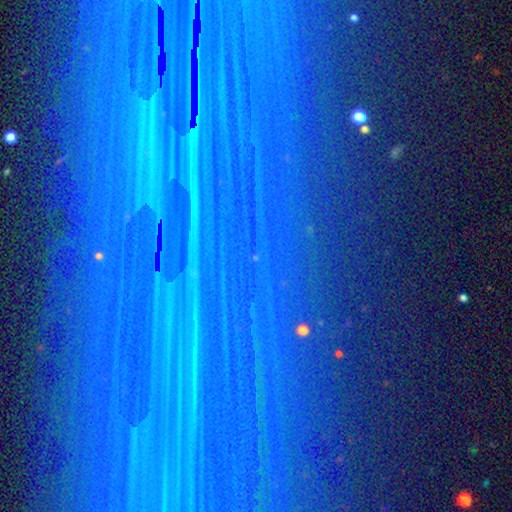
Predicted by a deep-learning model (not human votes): This is clearly a star or artifact rather than a galaxy (84%).